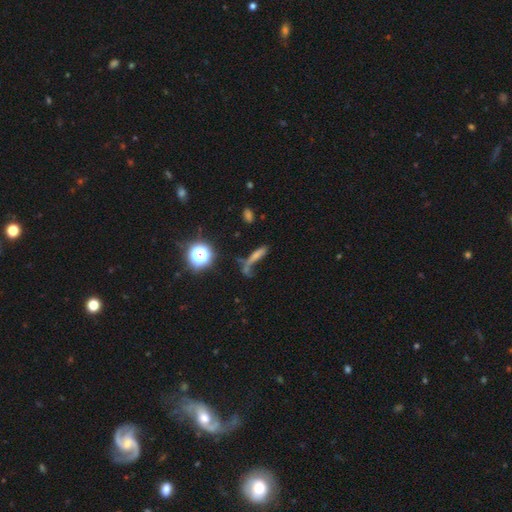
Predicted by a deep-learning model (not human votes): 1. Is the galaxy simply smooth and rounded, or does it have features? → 43% smooth, 31% star or artifact, 26% featured or disk.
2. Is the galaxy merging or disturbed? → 45% none, 23% merger, 16% minor disturbance, 16% major disturbance.